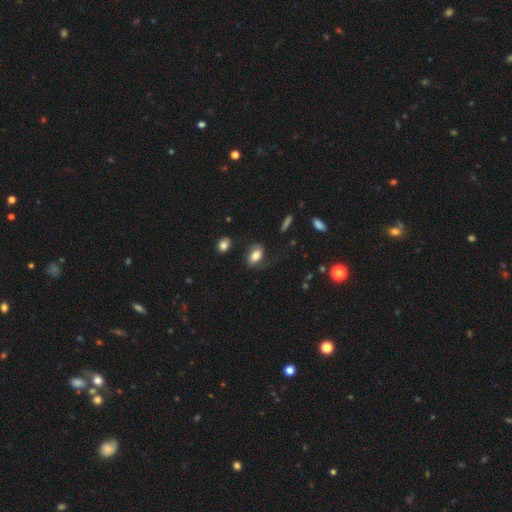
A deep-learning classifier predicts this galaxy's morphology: Smooth or featured?
  - smooth: 64% *
  - featured or disk: 27%
  - star or artifact: 8%
How rounded?
  - in between: 87% *
  - round: 11%
  - cigar-shaped: 2%
Merging?
  - none: 56% *
  - minor disturbance: 21%
  - major disturbance: 20%
  - merger: 3%